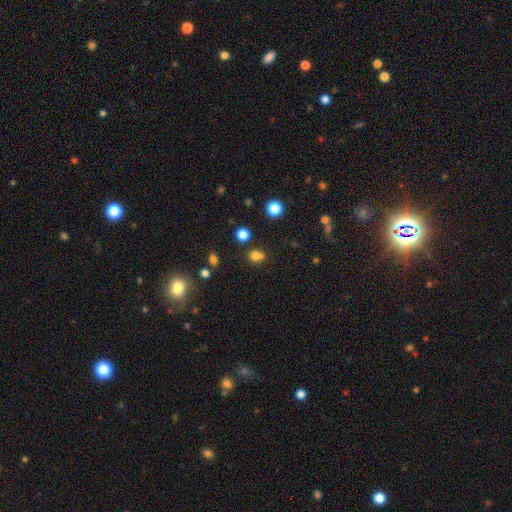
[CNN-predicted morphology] A smooth galaxy with no disk features (75%) that is round (75%).

Vote fractions:
- Smooth or featured? smooth: 75% / star or artifact: 18% / featured or disk: 7%
- How rounded? round: 75% / in between: 24% / cigar-shaped: 1%
- Merging? none: 60% / merger: 24% / minor disturbance: 12% / major disturbance: 4%